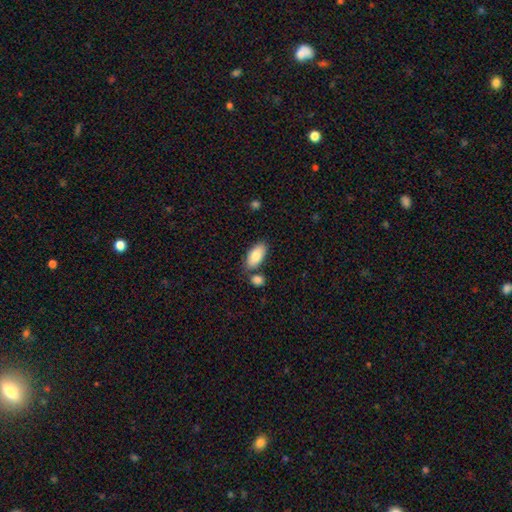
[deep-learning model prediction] A smooth galaxy with no disk features (83%) that is in between round and cigar-shaped (92%).

Vote fractions:
- Smooth or featured? smooth: 83% / featured or disk: 11% / star or artifact: 6%
- How rounded? in between: 92% / cigar-shaped: 5% / round: 3%
- Merging? none: 71% / minor disturbance: 13% / merger: 13% / major disturbance: 3%